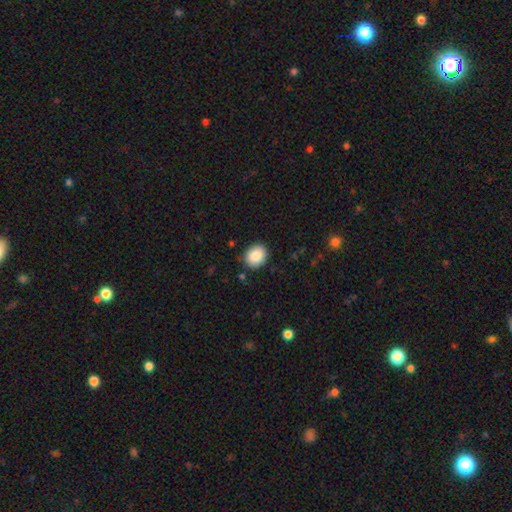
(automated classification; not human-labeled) Morphology: type=smooth (87%); roundness=round (56%); merging=none (87%).